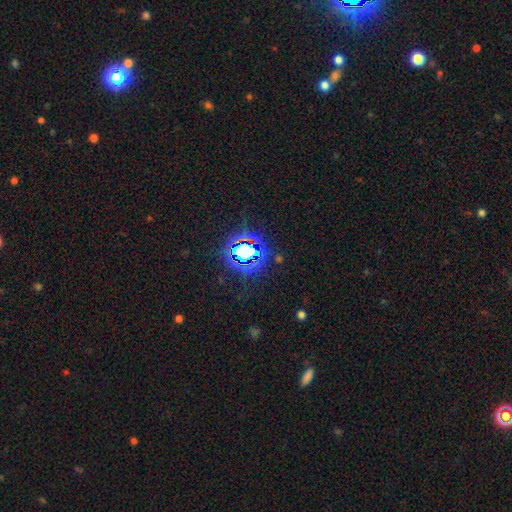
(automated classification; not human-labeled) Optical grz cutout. It shows a star or artifact, not a galaxy (81%).